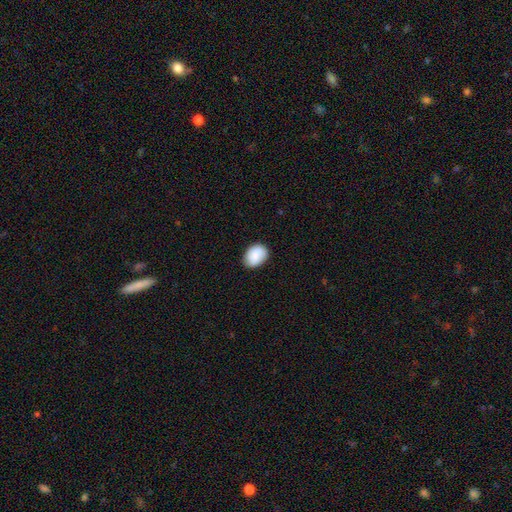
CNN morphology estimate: This is clearly a smooth galaxy (82%). How rounded: likely in between (68%). Merging: likely none (79%).